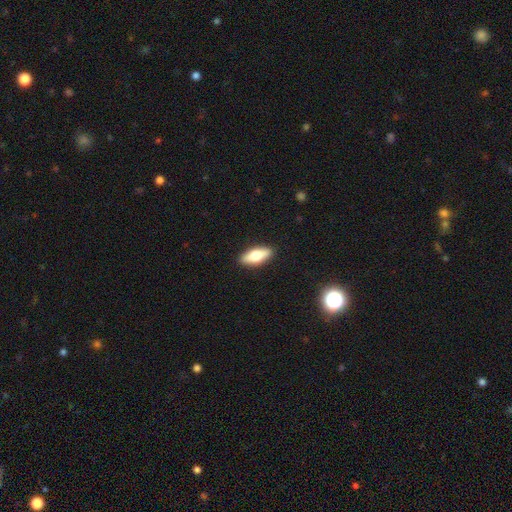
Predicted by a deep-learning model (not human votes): smooth-or-featured: smooth: 62% | featured or disk: 31% | star or artifact: 6%
  how-rounded: in between: 72% | cigar-shaped: 25% | round: 3%
  merging: none: 90% | minor disturbance: 7% | major disturbance: 2% | merger: 1%